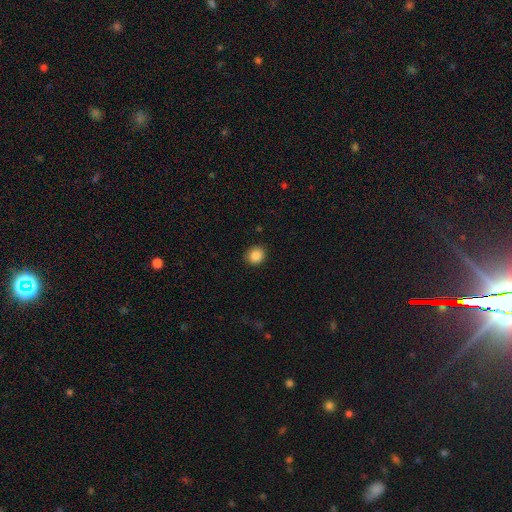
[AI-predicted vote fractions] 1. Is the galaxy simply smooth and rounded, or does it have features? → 87% smooth, 9% star or artifact, 3% featured or disk.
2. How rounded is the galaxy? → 77% round, 22% in between, 1% cigar-shaped.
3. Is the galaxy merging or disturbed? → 87% none, 9% minor disturbance, 2% major disturbance, 1% merger.